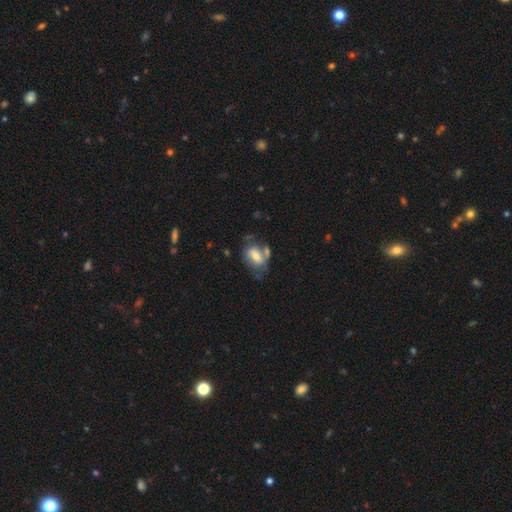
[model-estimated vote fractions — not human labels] Morphology: type=smooth (55%); roundness=in between (83%); merging=none (35%).